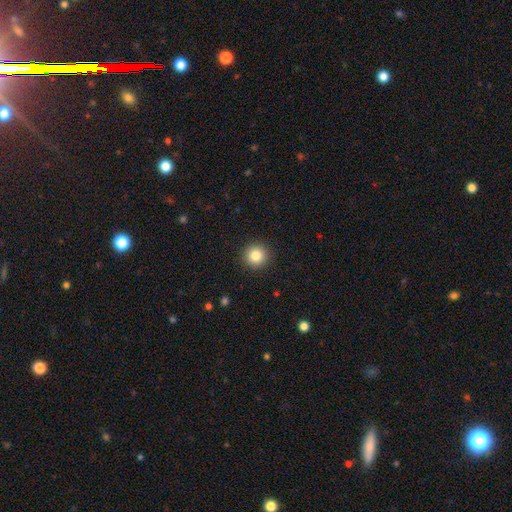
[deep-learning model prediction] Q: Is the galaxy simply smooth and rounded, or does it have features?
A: smooth — 84%.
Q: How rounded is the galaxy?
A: round — 95%.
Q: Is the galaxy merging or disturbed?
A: none — 92%.